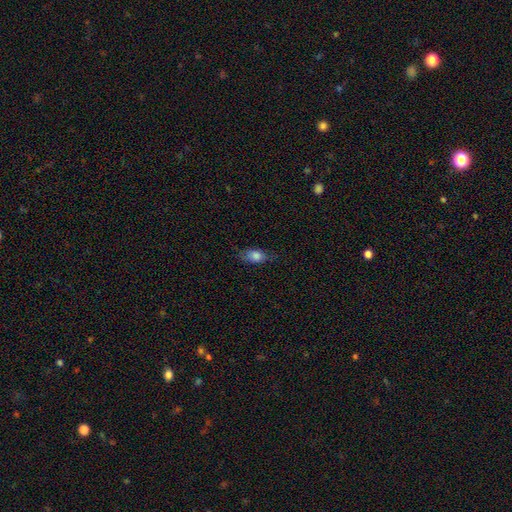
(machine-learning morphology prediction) Q: Smooth or featured?
A: smooth (78%); runner-up: featured or disk (14%)
Q: How rounded?
A: in between (83%); runner-up: round (9%)
Q: Merging?
A: none (69%); runner-up: minor disturbance (23%)